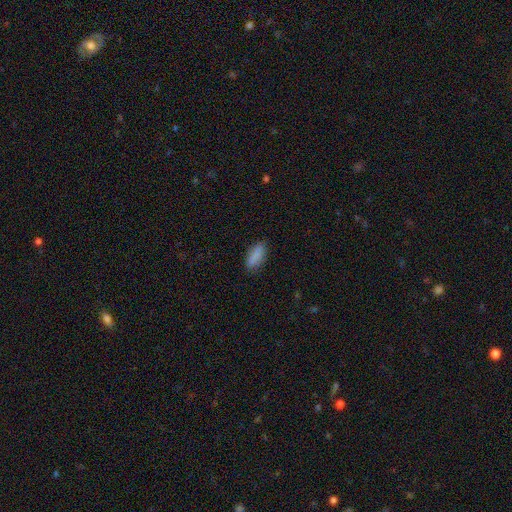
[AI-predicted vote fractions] Smooth or featured? smooth (84%)
How rounded? in between (71%)
Merging? none (80%)